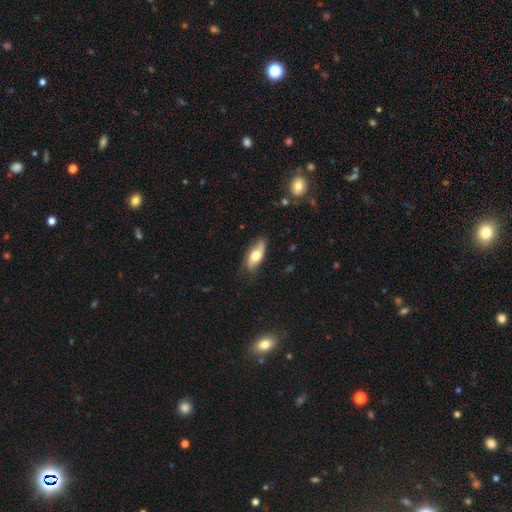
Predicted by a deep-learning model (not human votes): Smooth or featured? smooth (62%)
How rounded? in between (77%)
Merging? none (74%)